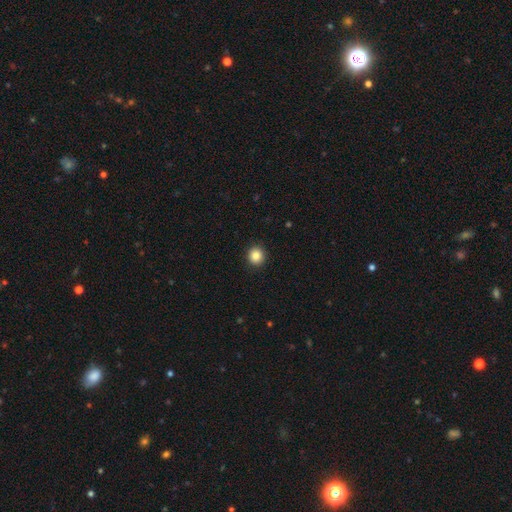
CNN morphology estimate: Smooth or featured?
  - smooth: 86% *
  - star or artifact: 10%
  - featured or disk: 4%
How rounded?
  - round: 93% *
  - in between: 6%
  - cigar-shaped: 1%
Merging?
  - none: 93% *
  - minor disturbance: 5%
  - major disturbance: 2%
  - merger: 1%